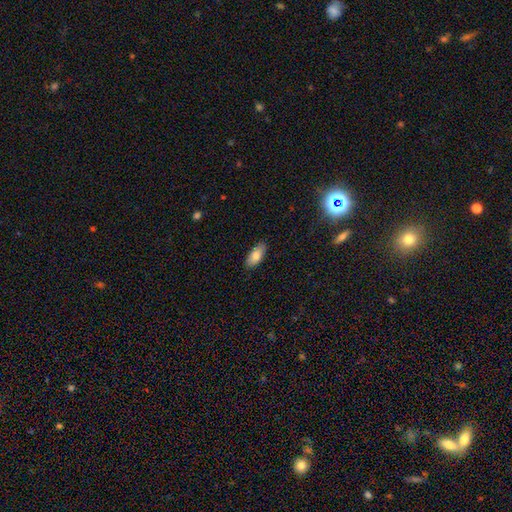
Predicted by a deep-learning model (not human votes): Smooth or featured? smooth (80%)
How rounded? in between (89%)
Merging? none (87%)